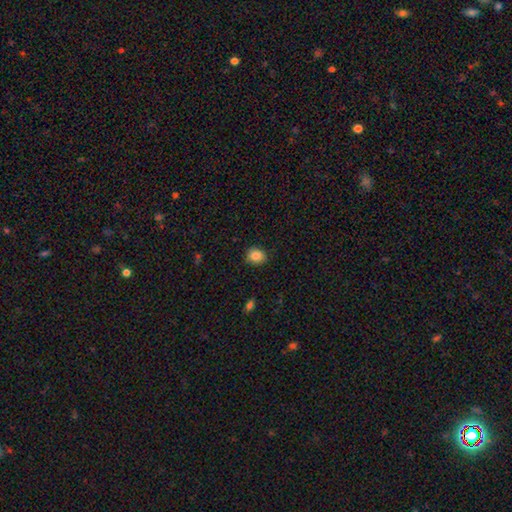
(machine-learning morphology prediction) This appears to be a smooth galaxy with no disk features (87%) that is round (58%). Merging: none (86%).